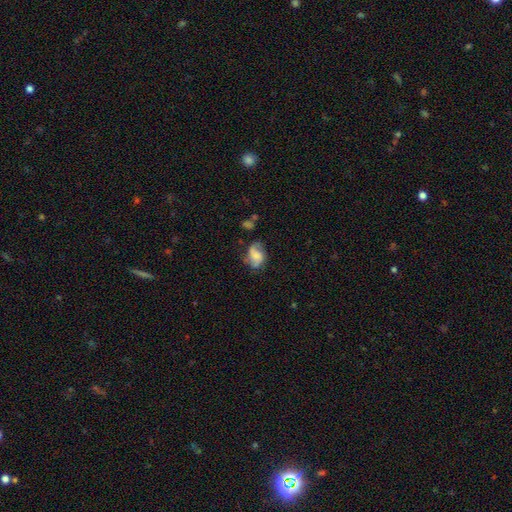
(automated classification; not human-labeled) featured or disk 51%, smooth 40%, star or artifact 9%. Down the decision tree: edge-on disk — no (97%); merging — none (52%).